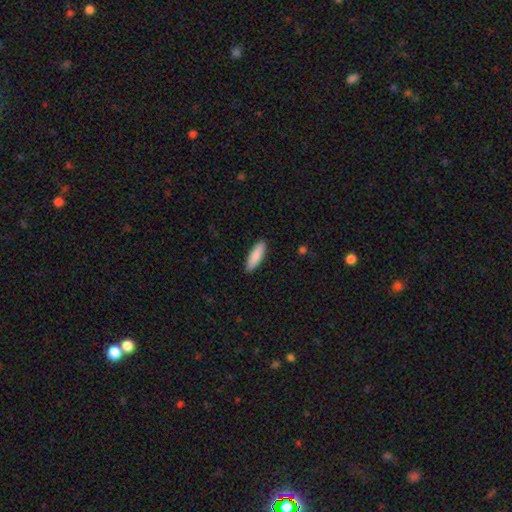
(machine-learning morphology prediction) Smooth or featured? smooth (88%)
How rounded? cigar-shaped (51%)
Merging? none (90%)